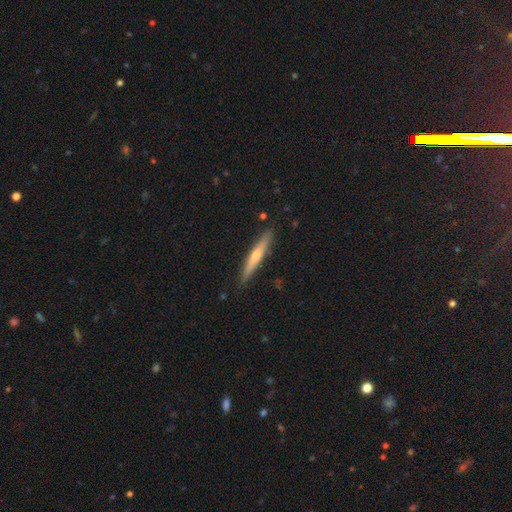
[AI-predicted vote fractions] Smooth or featured: smooth — 49% (featured or disk — 45%)
Merging: none — 89% (minor disturbance — 8%)